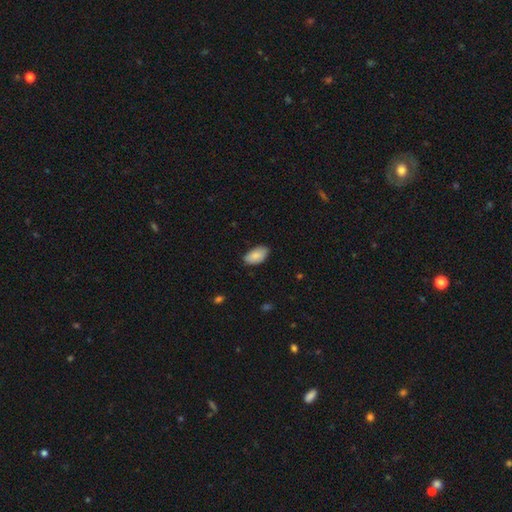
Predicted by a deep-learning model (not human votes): Overall: smooth (88%). How rounded: in between (95%). Merging: none (77%).